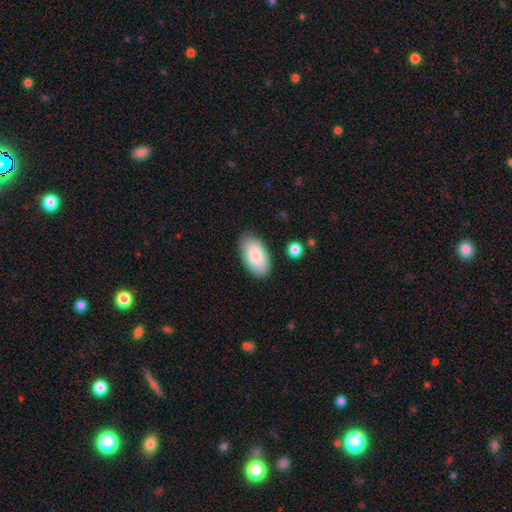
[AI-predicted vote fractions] Morphology: type=smooth (86%); roundness=in between (96%); merging=none (84%).